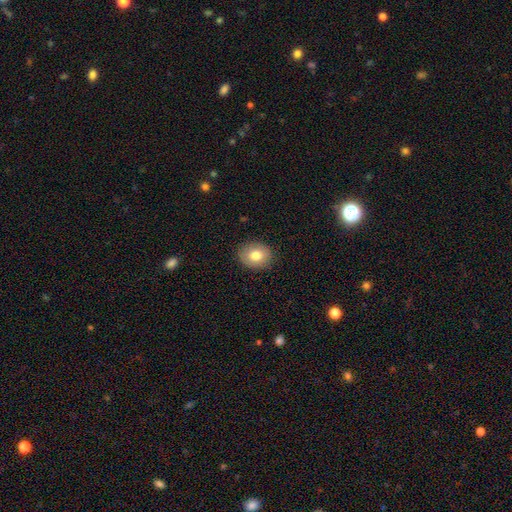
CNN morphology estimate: This appears to be a smooth galaxy with no disk features (79%) that is round (60%). Merging: none (88%).